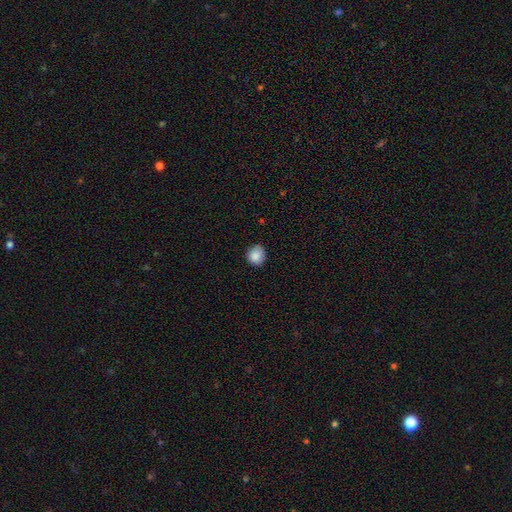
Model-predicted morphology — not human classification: Smooth or featured? smooth (87%)
How rounded? round (87%)
Merging? none (85%)